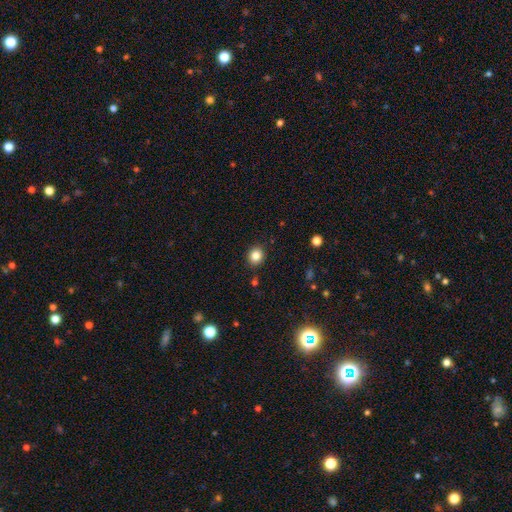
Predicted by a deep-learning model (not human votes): A smooth galaxy with no disk features (84%) that is round (76%).

Vote fractions:
- Smooth or featured? smooth: 84% / star or artifact: 11% / featured or disk: 5%
- How rounded? round: 76% / in between: 23% / cigar-shaped: 1%
- Merging? none: 89% / minor disturbance: 7% / major disturbance: 2% / merger: 2%